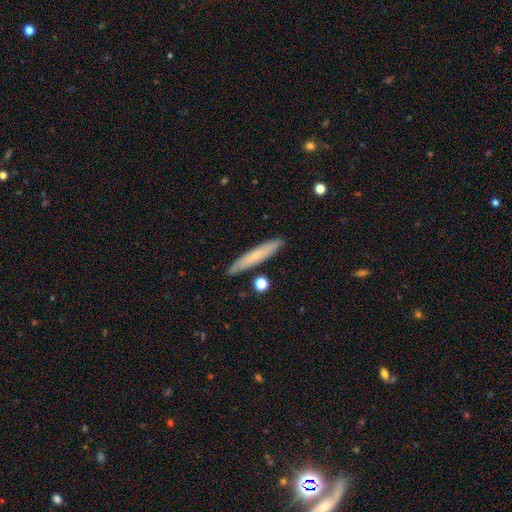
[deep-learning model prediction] Smooth or featured? Predicted: smooth (p=0.65). How rounded? Predicted: cigar-shaped (p=0.92). Merging? Predicted: none (p=0.87).